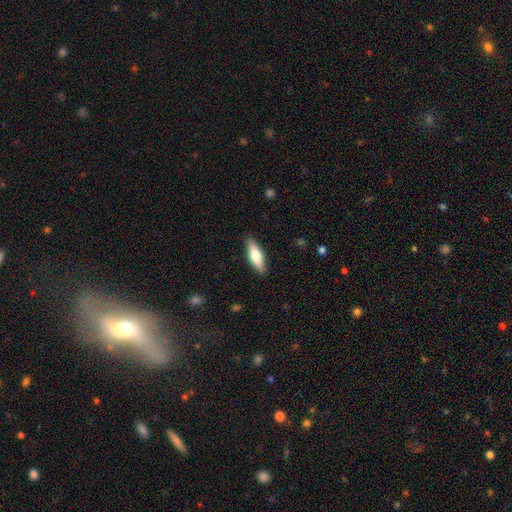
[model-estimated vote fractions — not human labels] smooth-or-featured: smooth: 70% | featured or disk: 25% | star or artifact: 6%
  how-rounded: in between: 52% | cigar-shaped: 46% | round: 2%
  merging: none: 88% | minor disturbance: 9% | major disturbance: 2% | merger: 1%